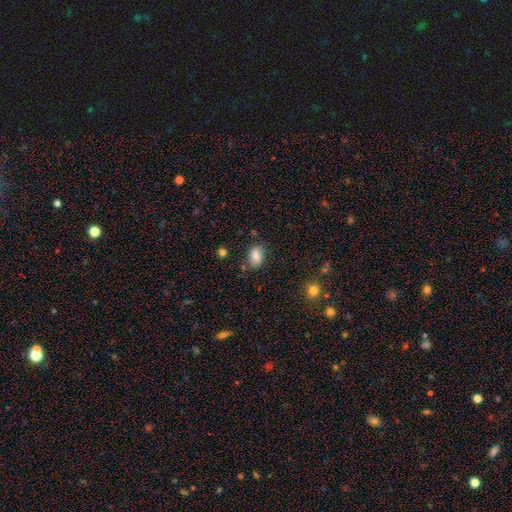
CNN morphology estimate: Q: Smooth or featured?
A: smooth (82%); runner-up: featured or disk (9%)
Q: How rounded?
A: in between (82%); runner-up: round (16%)
Q: Merging?
A: none (77%); runner-up: minor disturbance (16%)